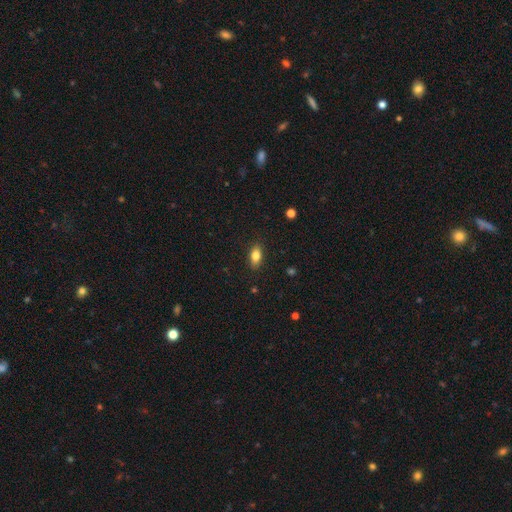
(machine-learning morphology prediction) smooth-or-featured: smooth: 81% | featured or disk: 11% | star or artifact: 8%
  how-rounded: in between: 87% | round: 7% | cigar-shaped: 7%
  merging: none: 87% | minor disturbance: 10% | major disturbance: 2% | merger: 1%